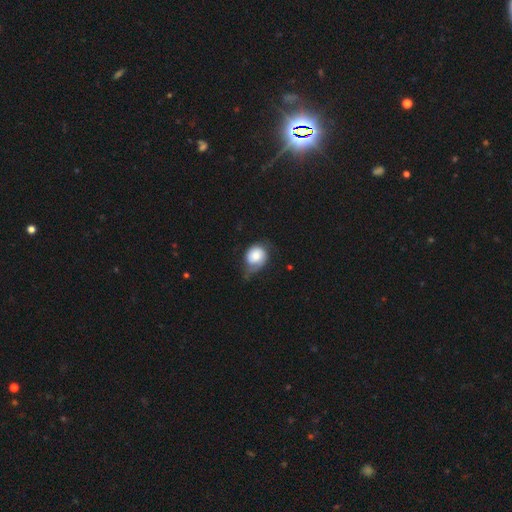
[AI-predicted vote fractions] A smooth galaxy with no disk features (61%) that is round (57%).

Vote fractions:
- Smooth or featured? smooth: 61% / featured or disk: 32% / star or artifact: 7%
- How rounded? round: 57% / in between: 42% / cigar-shaped: 1%
- Merging? minor disturbance: 41% / none: 34% / major disturbance: 23% / merger: 2%